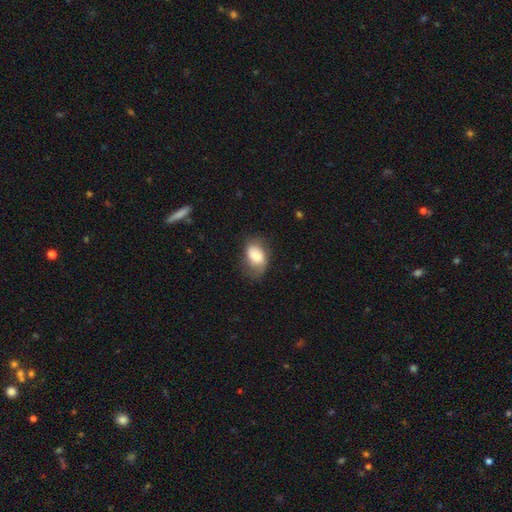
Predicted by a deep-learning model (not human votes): Smooth or featured: smooth — 70% (featured or disk — 22%)
How rounded: in between — 85% (round — 14%)
Merging: none — 49% (minor disturbance — 33%)